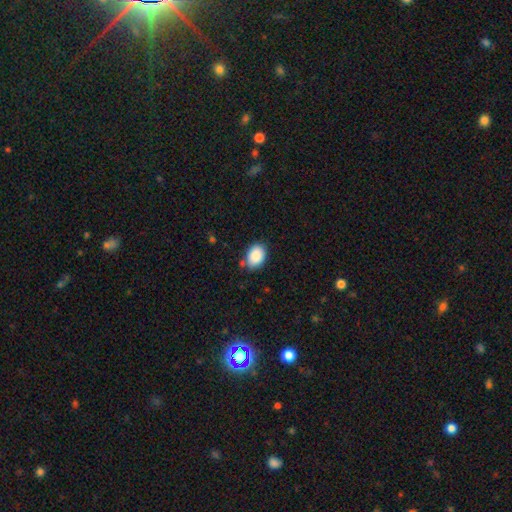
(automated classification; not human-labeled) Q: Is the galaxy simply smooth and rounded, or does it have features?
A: smooth — 88%.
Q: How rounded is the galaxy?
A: in between — 80%.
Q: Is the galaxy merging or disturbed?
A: none — 78%.